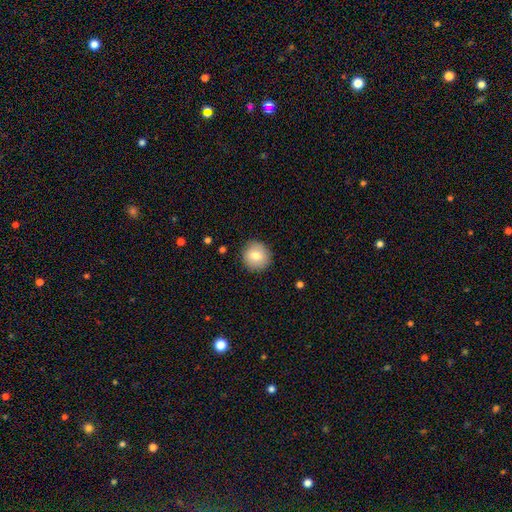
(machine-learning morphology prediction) smooth-or-featured: smooth: 80% | featured or disk: 12% | star or artifact: 8%
  how-rounded: round: 93% | in between: 6% | cigar-shaped: 1%
  merging: none: 89% | minor disturbance: 8% | major disturbance: 2% | merger: 1%